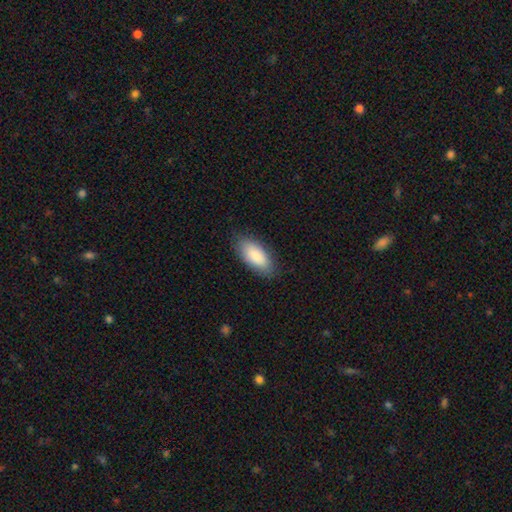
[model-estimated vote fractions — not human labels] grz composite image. It shows a smooth galaxy with no disk features (87%) that is in between round and cigar-shaped (90%). Merging: none (84%).